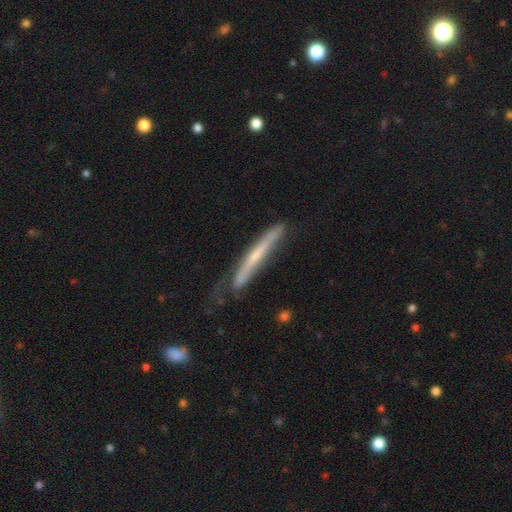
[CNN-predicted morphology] The model was most divided on "edge-on bulge": none: 57%, rounded: 35%, boxy: 7%. More confident: edge-on disk — yes (89%); smooth or featured — featured or disk (58%); merging — none (54%).